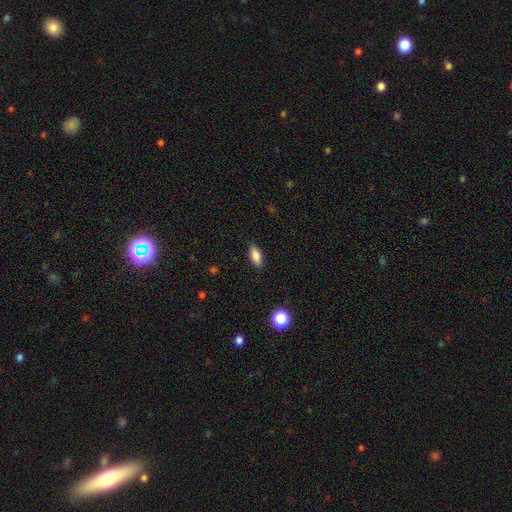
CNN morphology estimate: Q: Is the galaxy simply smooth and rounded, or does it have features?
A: smooth — 84%.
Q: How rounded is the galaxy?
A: in between — 80%.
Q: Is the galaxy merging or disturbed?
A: none — 87%.